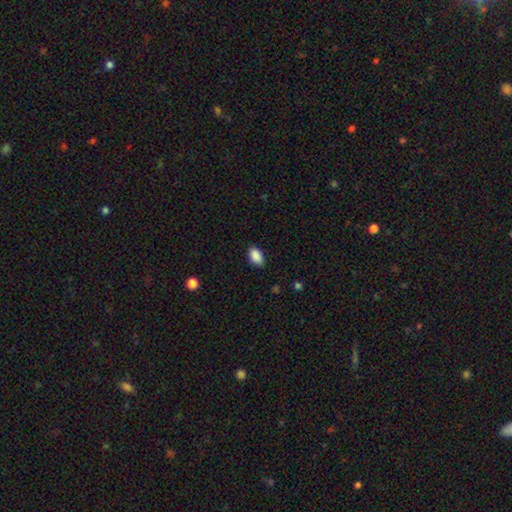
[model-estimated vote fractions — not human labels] This is clearly a smooth galaxy (90%). How rounded: clearly in between (91%). Merging: clearly none (86%).